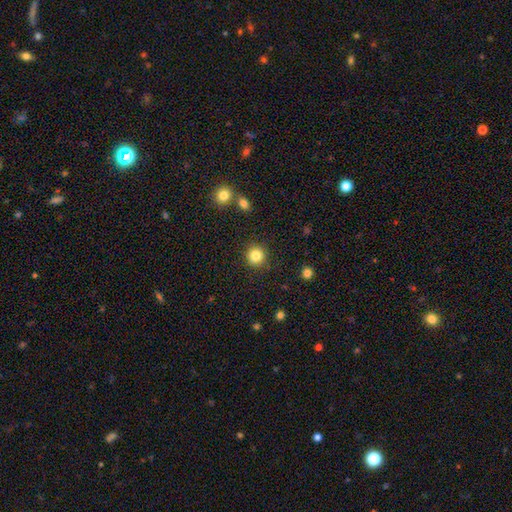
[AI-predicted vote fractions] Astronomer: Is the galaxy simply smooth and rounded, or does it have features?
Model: smooth — 84%.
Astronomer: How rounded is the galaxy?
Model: round — 93%.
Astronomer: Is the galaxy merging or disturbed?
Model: none — 90%.